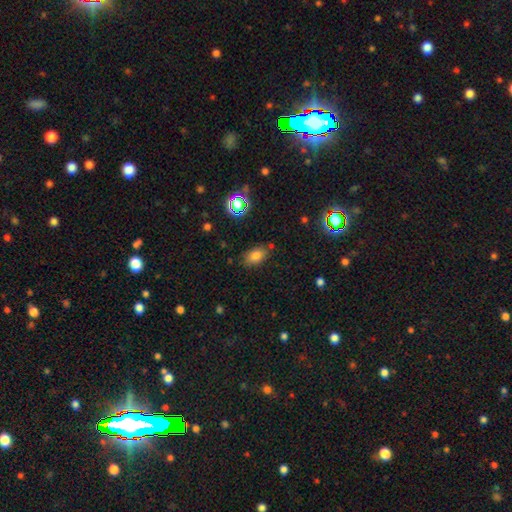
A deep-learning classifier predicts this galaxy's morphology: Smooth or featured? Predicted: smooth (p=0.77). How rounded? Predicted: in between (p=0.84). Merging? Predicted: none (p=0.78).